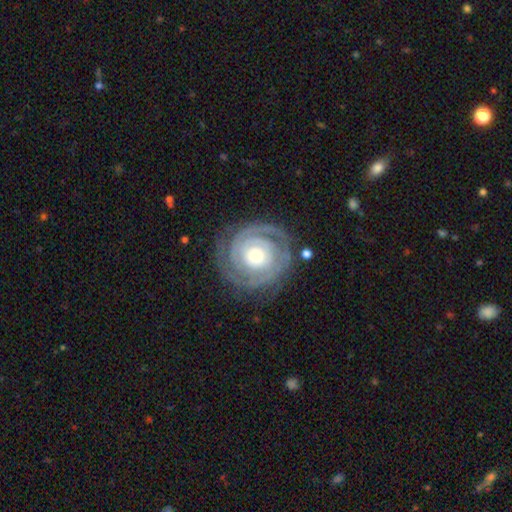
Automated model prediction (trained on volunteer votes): A featured or disk galaxy (87%) with no bar (77%), 2 (49%) tight (83%) spiral arms (95%) and a moderate central bulge (57%). Merging: none (81%).